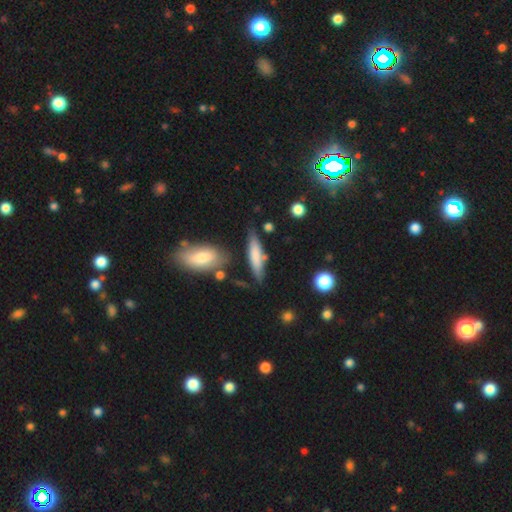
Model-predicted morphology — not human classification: Smooth or featured? smooth (71%)
How rounded? cigar-shaped (75%)
Merging? none (70%)